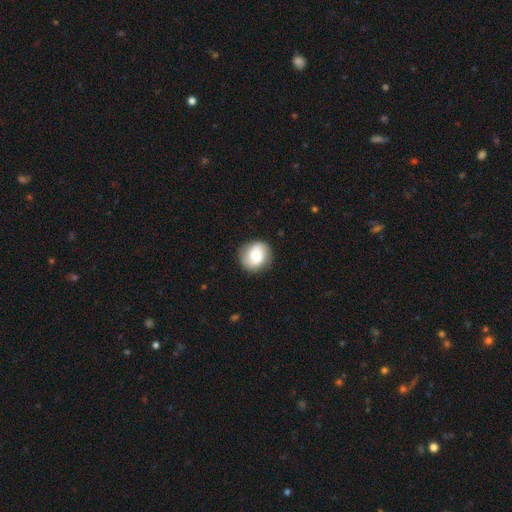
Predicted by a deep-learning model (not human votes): smooth_or_featured: smooth (p=0.59) [alt: featured or disk p=0.33]
how_rounded: round (p=0.82) [alt: in between p=0.17]
merging: none (p=0.84) [alt: minor disturbance p=0.11]